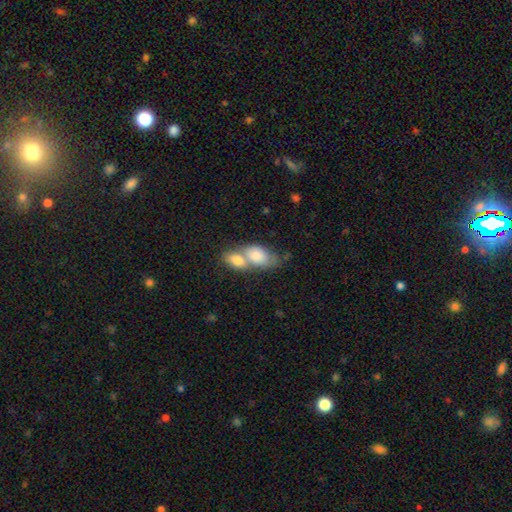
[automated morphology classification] A smooth galaxy with no disk features (77%) that is in between round and cigar-shaped (83%). Merging: merger (72%).